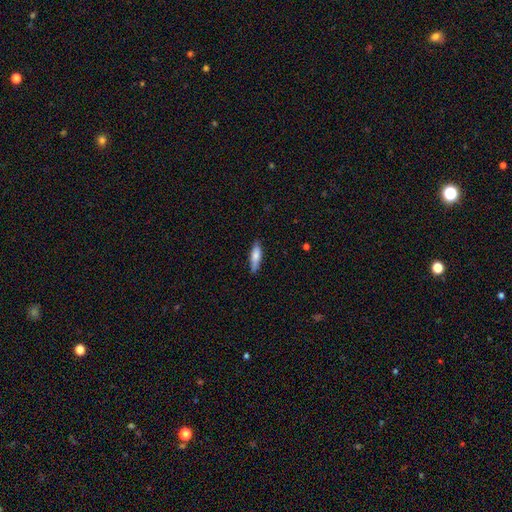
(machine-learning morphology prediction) Smooth or featured: smooth — 74% (featured or disk — 20%)
How rounded: cigar-shaped — 66% (in between — 32%)
Merging: none — 83% (minor disturbance — 14%)